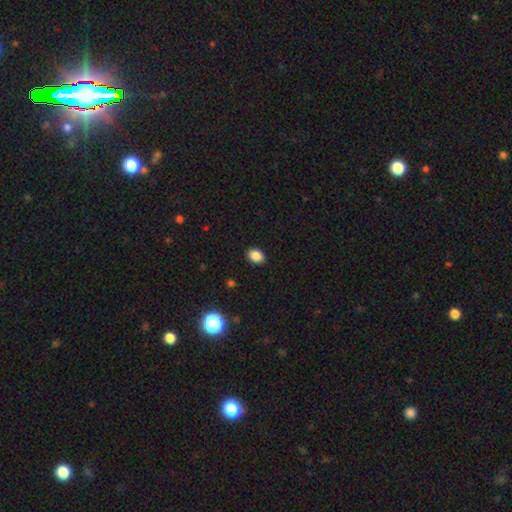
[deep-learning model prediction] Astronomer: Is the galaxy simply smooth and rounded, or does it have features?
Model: smooth — 86%.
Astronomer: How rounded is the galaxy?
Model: in between — 76%.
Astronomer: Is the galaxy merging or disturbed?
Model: none — 89%.